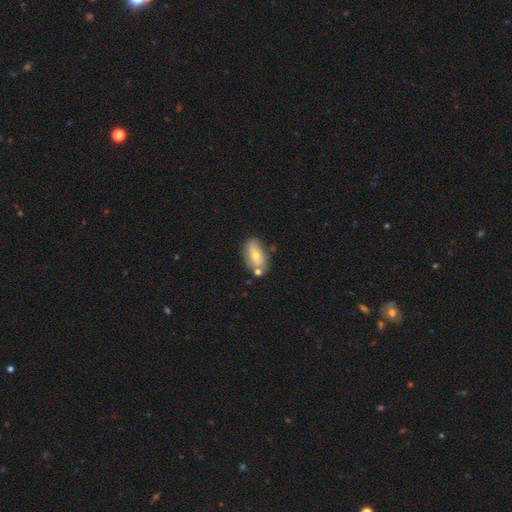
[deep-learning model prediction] Smooth or featured: smooth — 55% (featured or disk — 37%)
How rounded: in between — 89% (round — 7%)
Merging: none — 64% (minor disturbance — 20%)